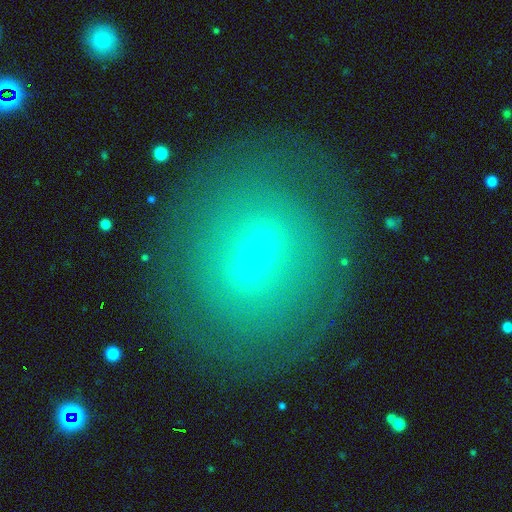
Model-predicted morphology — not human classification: type=featured or disk (52%); edge-on=no (82%); merging=none (75%).